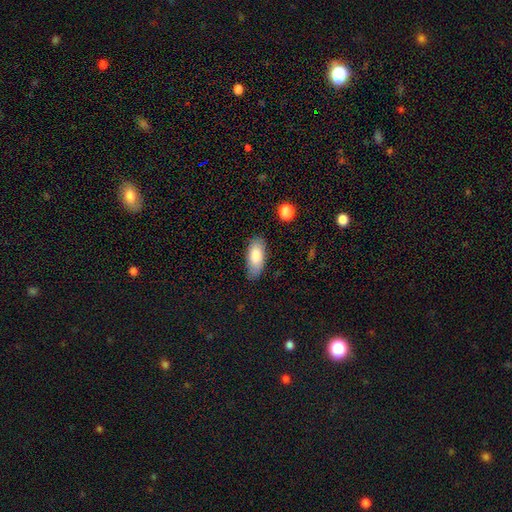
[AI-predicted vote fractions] Smooth or featured? smooth (82%)
How rounded? in between (87%)
Merging? none (80%)